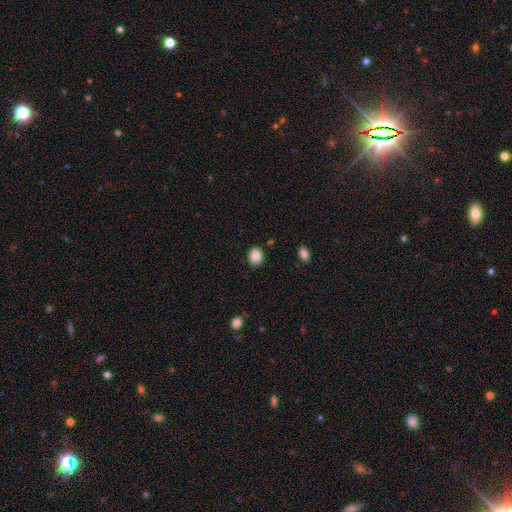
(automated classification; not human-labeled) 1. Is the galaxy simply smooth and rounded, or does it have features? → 88% smooth, 9% star or artifact, 3% featured or disk.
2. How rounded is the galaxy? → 57% round, 42% in between, 1% cigar-shaped.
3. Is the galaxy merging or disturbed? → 83% none, 12% minor disturbance, 3% major disturbance, 2% merger.